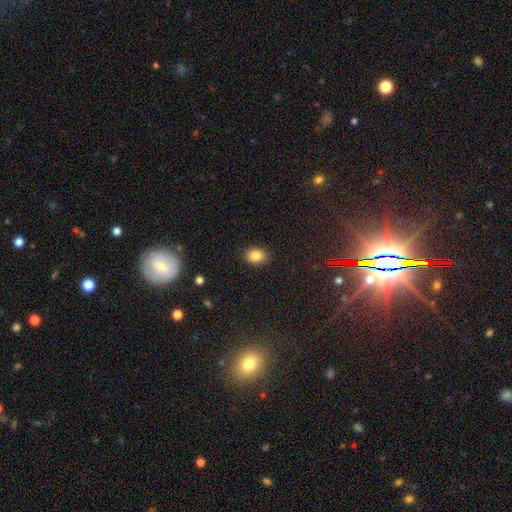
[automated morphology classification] Smooth or featured: smooth — 85% (star or artifact — 10%)
How rounded: in between — 66% (round — 33%)
Merging: none — 88% (minor disturbance — 8%)